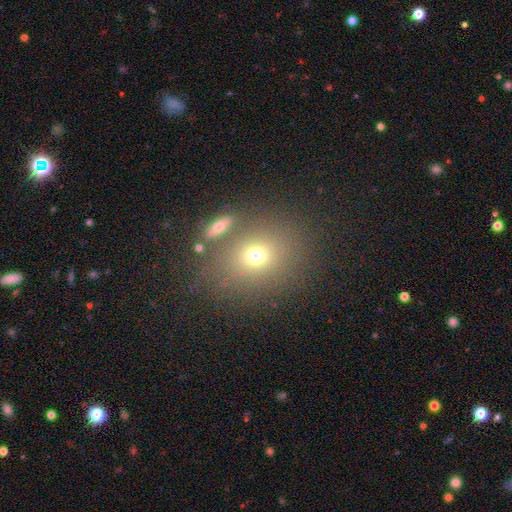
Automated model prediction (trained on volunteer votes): The model was most divided on "how rounded": round: 54%, in between: 45%, cigar-shaped: 2%. More confident: merging — none (71%); smooth or featured — smooth (68%).